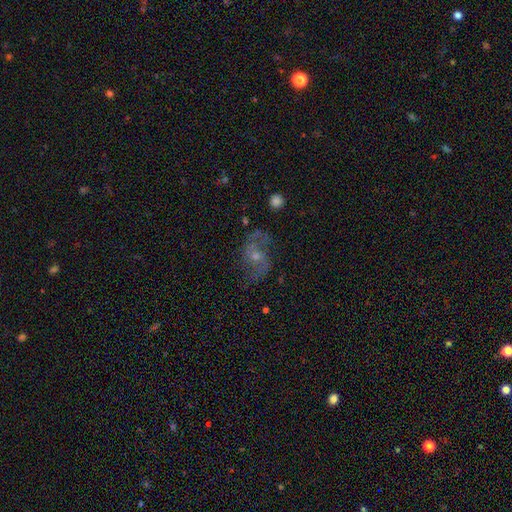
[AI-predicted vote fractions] Morphology: type=featured or disk (77%); edge-on=no (97%); bar=no (58%); spiral arms=yes (91%); winding=loose (53%); arm count=2 (88%); bulge=small (53%); merging=none (64%).